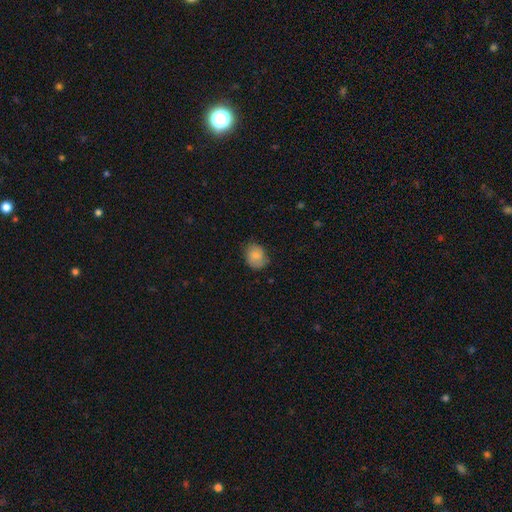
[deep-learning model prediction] smooth-or-featured: smooth: 80% | featured or disk: 13% | star or artifact: 8%
  how-rounded: round: 57% | in between: 42% | cigar-shaped: 1%
  merging: none: 72% | minor disturbance: 22% | major disturbance: 5% | merger: 1%